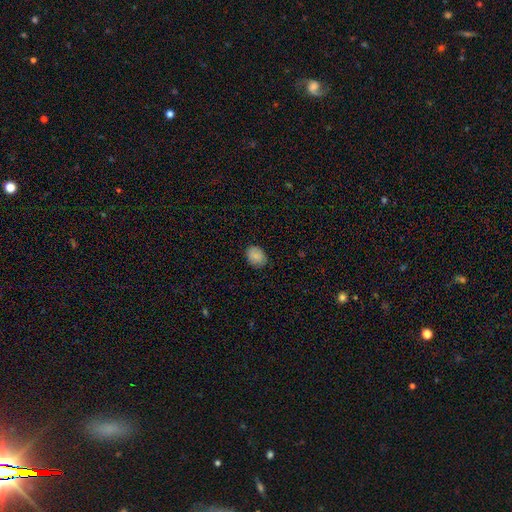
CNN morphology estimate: type=smooth (86%); roundness=in between (60%); merging=none (85%).